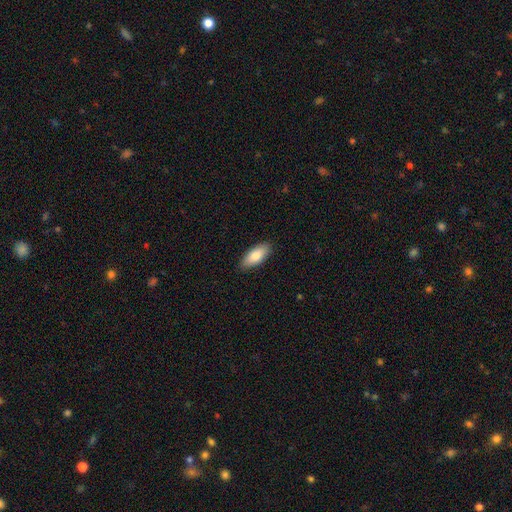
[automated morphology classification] smooth_or_featured: smooth (p=0.80) [alt: featured or disk p=0.14]
how_rounded: in between (p=0.83) [alt: cigar-shaped p=0.14]
merging: none (p=0.88) [alt: minor disturbance p=0.09]